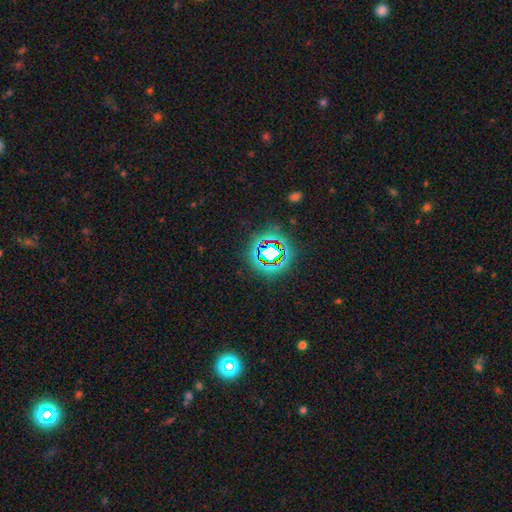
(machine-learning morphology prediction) star or artifact 78%, smooth 13%, featured or disk 9%.